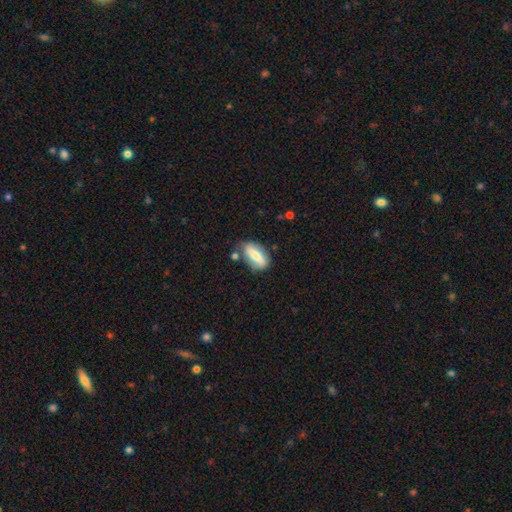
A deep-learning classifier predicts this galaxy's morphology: A smooth galaxy with no disk features (59%) that is in between round and cigar-shaped (71%).

Vote fractions:
- Smooth or featured? smooth: 59% / featured or disk: 34% / star or artifact: 7%
- How rounded? in between: 71% / cigar-shaped: 25% / round: 4%
- Merging? none: 69% / minor disturbance: 19% / merger: 6% / major disturbance: 6%